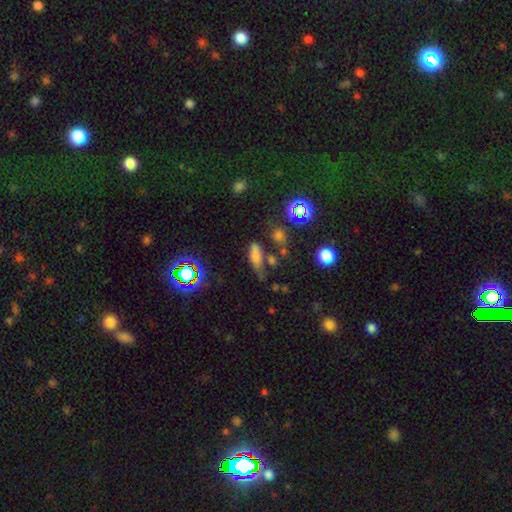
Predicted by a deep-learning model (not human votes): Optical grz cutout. It shows a smooth galaxy with no disk features (63%) that is in between round and cigar-shaped (59%). Merging: none (48%).